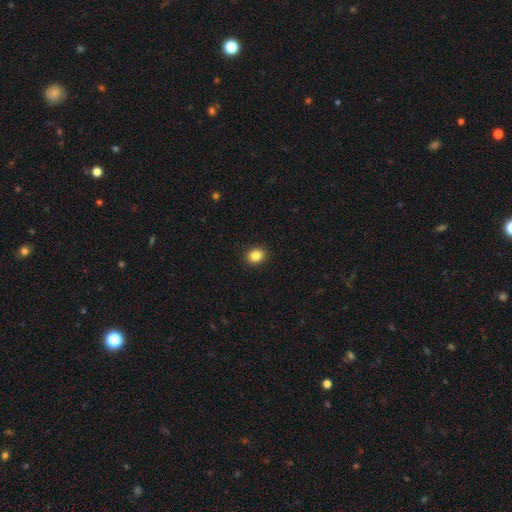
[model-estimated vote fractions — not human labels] This appears to be a smooth galaxy with no disk features (86%) that is in between round and cigar-shaped (53%). Merging: none (91%).